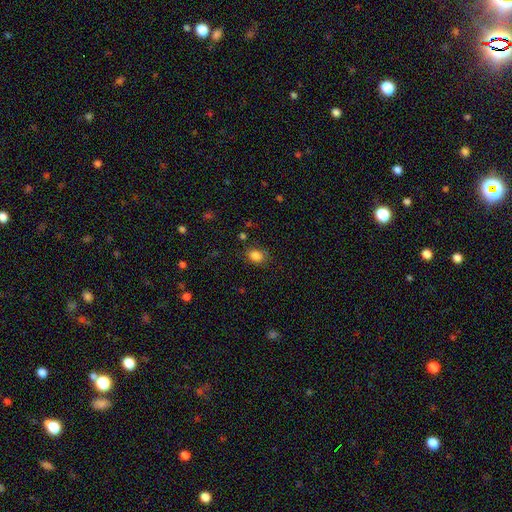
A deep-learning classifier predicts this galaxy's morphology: Overall: smooth (84%). How rounded: in between (60%; round 39%). Merging: none (78%).